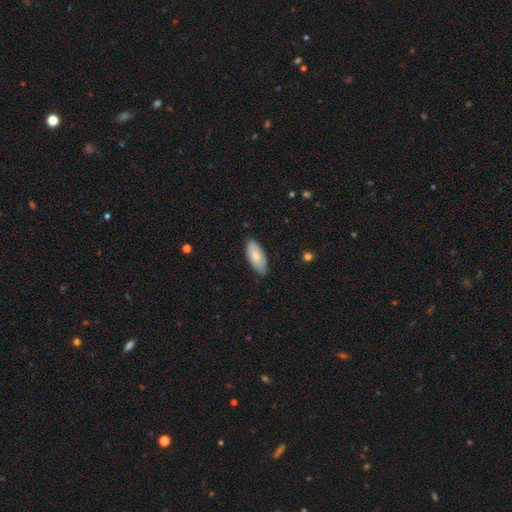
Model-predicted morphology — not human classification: This appears to be a smooth galaxy with no disk features (79%) that is in between round and cigar-shaped (86%). Merging: none (78%).